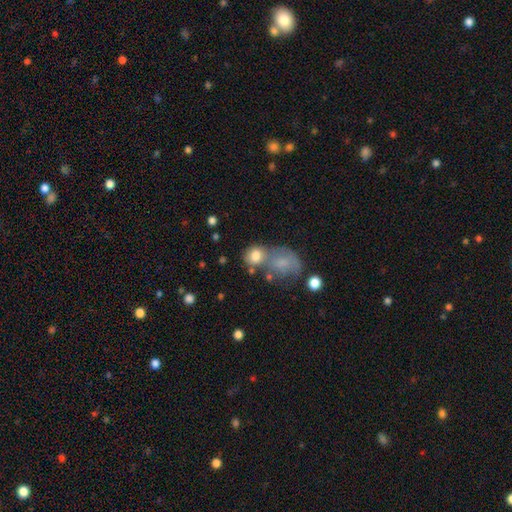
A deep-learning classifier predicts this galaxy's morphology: Q: Smooth or featured?
A: smooth (76%); runner-up: featured or disk (14%)
Q: How rounded?
A: round (55%); runner-up: in between (44%)
Q: Merging?
A: merger (48%); runner-up: none (30%)